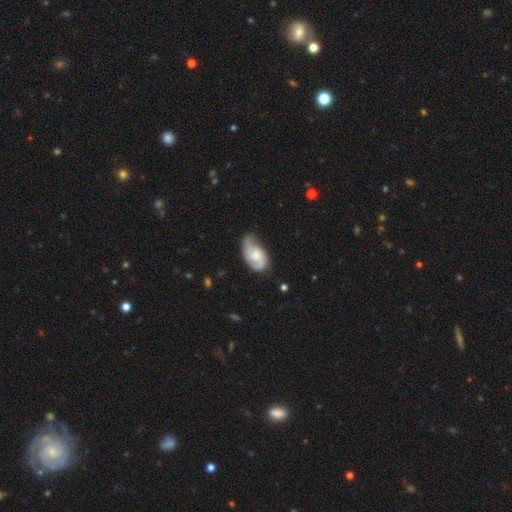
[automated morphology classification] Q: Smooth or featured?
A: featured or disk (67%); runner-up: smooth (28%)
Q: Edge-on disk?
A: no (96%); runner-up: yes (4%)
Q: Bar?
A: no (59%); runner-up: weak (36%)
Q: Spiral arms?
A: yes (92%); runner-up: no (8%)
Q: Spiral winding?
A: medium (46%); runner-up: loose (27%)
Q: Spiral arm count?
A: 2 (72%); runner-up: can't tell (12%)
Q: Bulge size?
A: moderate (42%); runner-up: small (35%)
Q: Merging?
A: none (52%); runner-up: minor disturbance (32%)